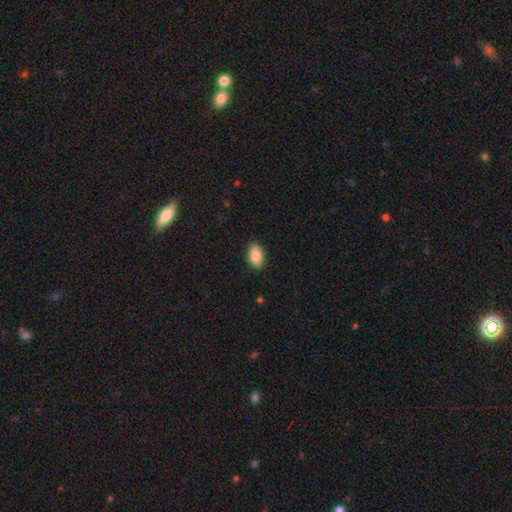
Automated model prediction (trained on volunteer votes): Overall: smooth (89%). How rounded: in between (92%). Merging: none (88%).